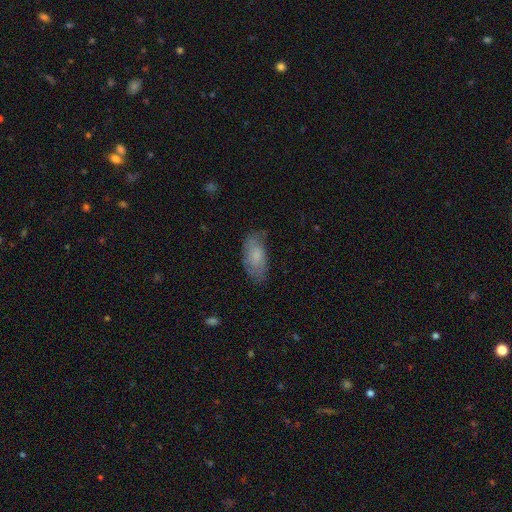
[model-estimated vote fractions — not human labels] Q: Smooth or featured?
A: smooth (67%); runner-up: featured or disk (26%)
Q: How rounded?
A: in between (90%); runner-up: cigar-shaped (8%)
Q: Merging?
A: none (63%); runner-up: minor disturbance (27%)